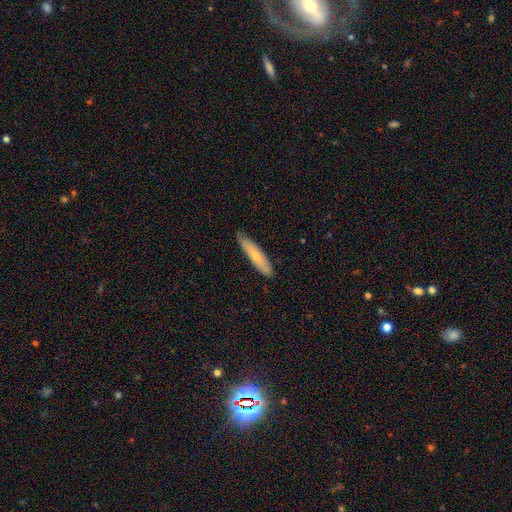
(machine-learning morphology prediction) Smooth or featured?
  - smooth: 65% *
  - featured or disk: 29%
  - star or artifact: 6%
How rounded?
  - cigar-shaped: 83% *
  - in between: 16%
  - round: 1%
Merging?
  - none: 83% *
  - minor disturbance: 14%
  - major disturbance: 2%
  - merger: 1%